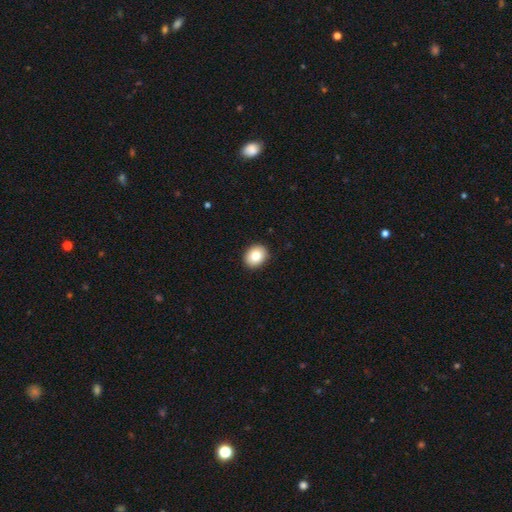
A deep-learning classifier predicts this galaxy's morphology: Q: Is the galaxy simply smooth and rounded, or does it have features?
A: smooth — 80%.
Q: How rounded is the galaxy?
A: round — 53%.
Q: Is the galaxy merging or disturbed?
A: none — 91%.